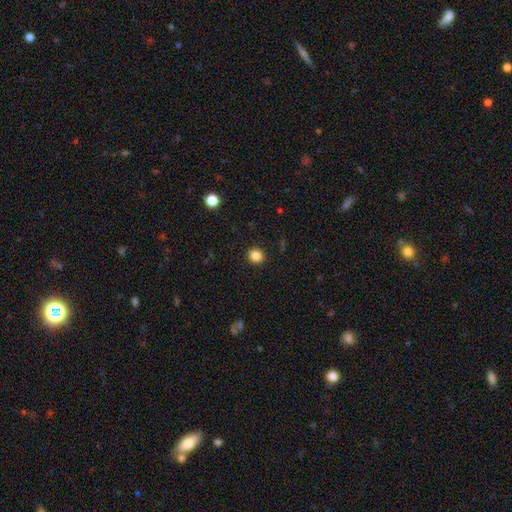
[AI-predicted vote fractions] smooth-or-featured: smooth: 85% | star or artifact: 11% | featured or disk: 4%
  how-rounded: round: 88% | in between: 11% | cigar-shaped: 1%
  merging: none: 92% | minor disturbance: 5% | major disturbance: 2% | merger: 1%